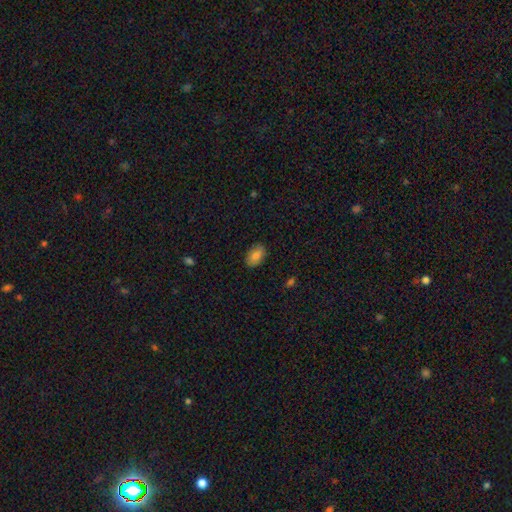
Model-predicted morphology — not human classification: A smooth galaxy with no disk features (81%) that is in between round and cigar-shaped (89%).

Vote fractions:
- Smooth or featured? smooth: 81% / featured or disk: 11% / star or artifact: 8%
- How rounded? in between: 89% / round: 10% / cigar-shaped: 1%
- Merging? none: 85% / minor disturbance: 11% / major disturbance: 2% / merger: 1%